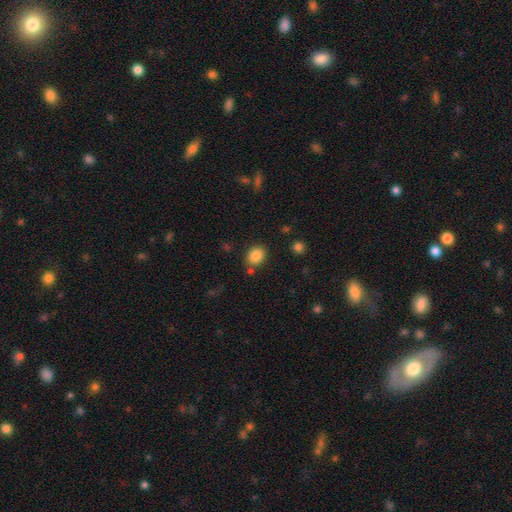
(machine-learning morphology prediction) Smooth or featured: smooth — 86% (star or artifact — 9%)
How rounded: in between — 58% (round — 41%)
Merging: none — 80% (minor disturbance — 11%)